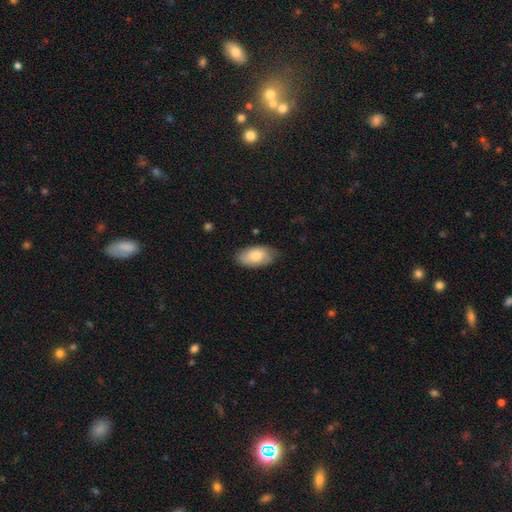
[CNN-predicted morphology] Overall: smooth (73%). How rounded: in between (94%). Merging: none (72%).